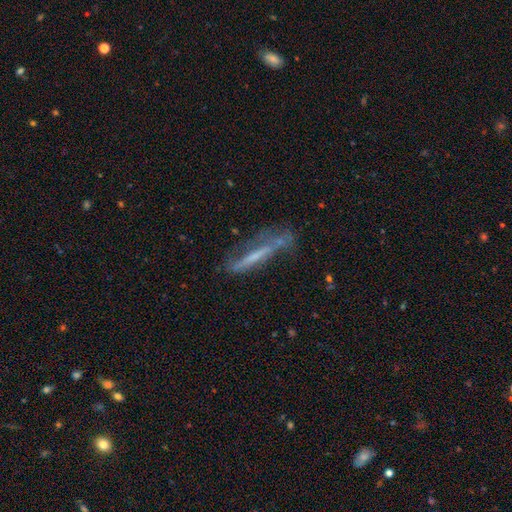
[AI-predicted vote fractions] A featured or disk galaxy (52%) viewed edge-on (69%). Merging: none (49%).